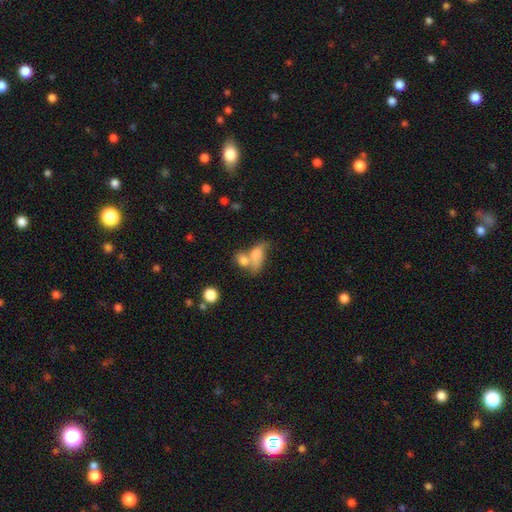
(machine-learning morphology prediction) Smooth or featured?
  - smooth: 68% *
  - featured or disk: 22%
  - star or artifact: 10%
How rounded?
  - in between: 79% *
  - round: 11%
  - cigar-shaped: 10%
Merging?
  - merger: 57% *
  - none: 20%
  - major disturbance: 12%
  - minor disturbance: 11%